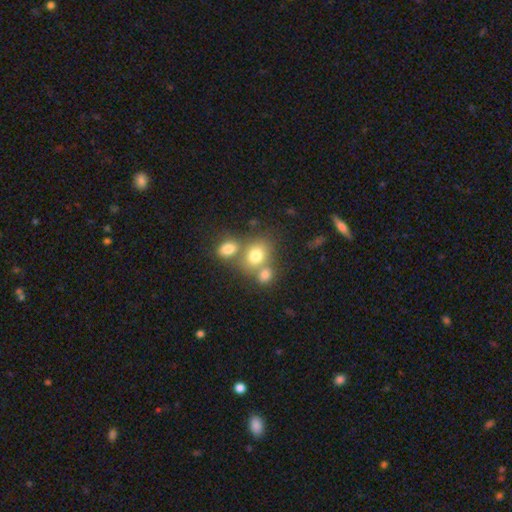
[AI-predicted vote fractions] Smooth or featured?
  - smooth: 75% *
  - featured or disk: 13%
  - star or artifact: 12%
How rounded?
  - round: 52% *
  - in between: 47%
  - cigar-shaped: 1%
Merging?
  - merger: 46% *
  - none: 40%
  - minor disturbance: 10%
  - major disturbance: 5%